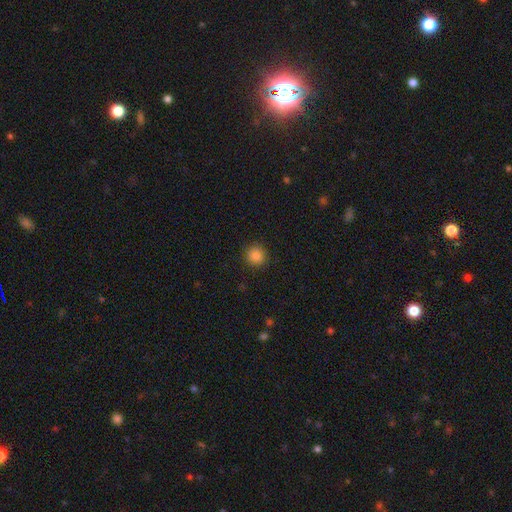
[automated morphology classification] Smooth or featured? smooth (85%)
How rounded? round (93%)
Merging? none (91%)